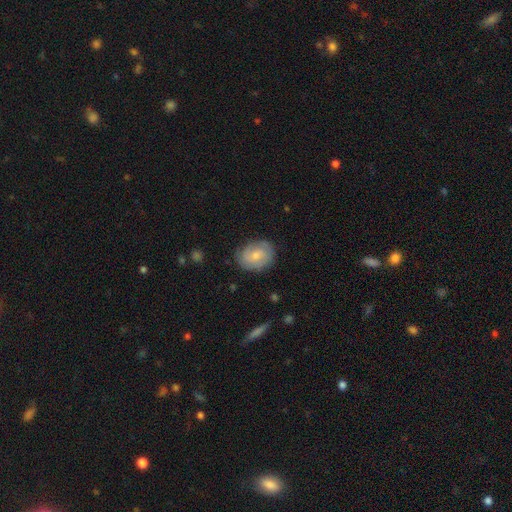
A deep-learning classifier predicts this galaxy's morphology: A smooth galaxy with no disk features (56%) that is in between round and cigar-shaped (52%). Merging: none (77%).